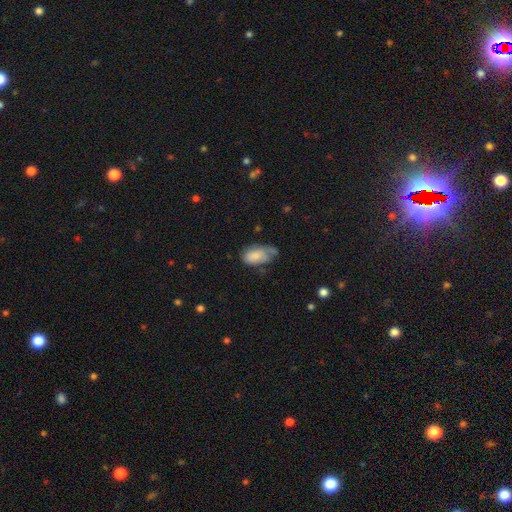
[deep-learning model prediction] smooth 76%, featured or disk 16%, star or artifact 7%. Down the decision tree: how rounded — in between (93%); merging — minor disturbance (40%).